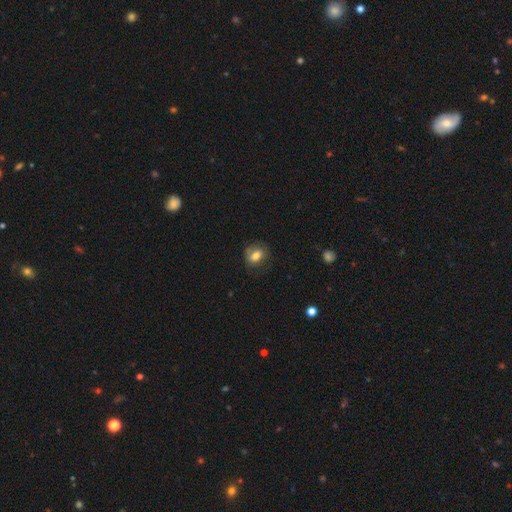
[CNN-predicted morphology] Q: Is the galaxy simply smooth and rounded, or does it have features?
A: smooth — 75%.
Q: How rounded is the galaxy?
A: in between — 62%.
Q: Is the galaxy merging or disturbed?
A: none — 65%.